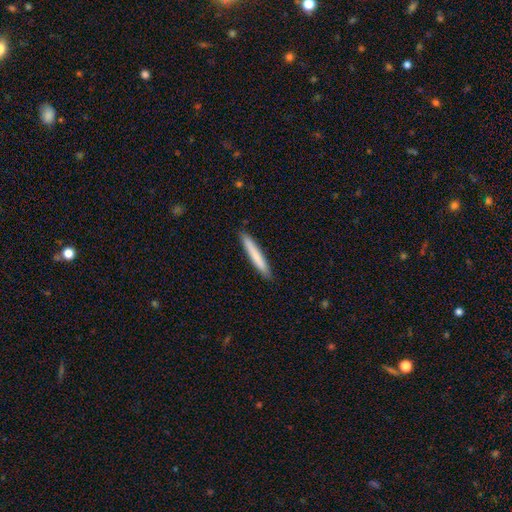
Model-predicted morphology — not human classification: Smooth or featured? smooth (77%)
How rounded? cigar-shaped (96%)
Merging? none (91%)